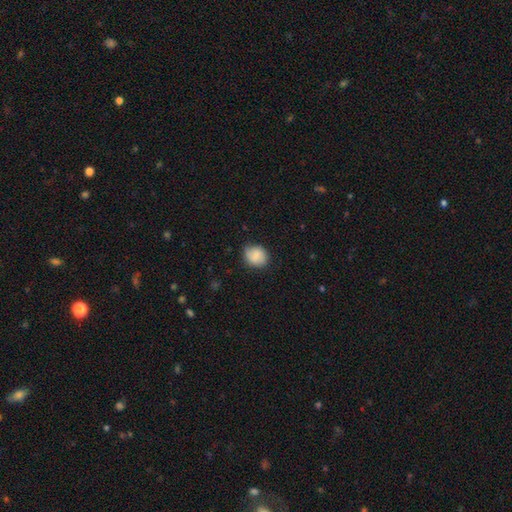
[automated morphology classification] type=smooth (73%); roundness=round (67%); merging=none (78%).